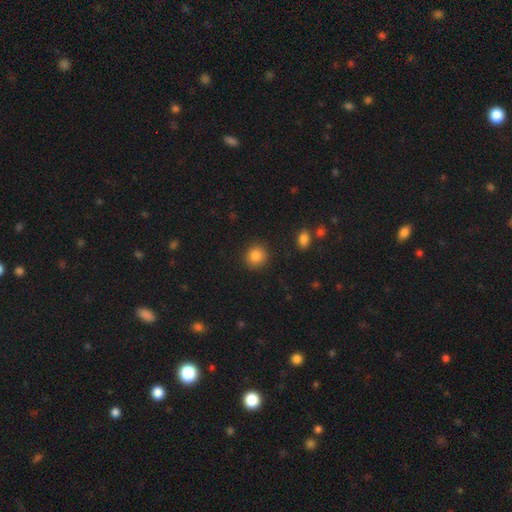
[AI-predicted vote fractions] Smooth or featured: smooth — 84% (star or artifact — 10%)
How rounded: round — 89% (in between — 10%)
Merging: none — 91% (minor disturbance — 6%)